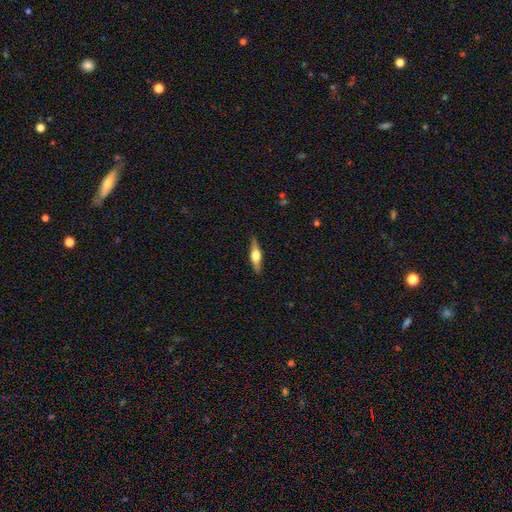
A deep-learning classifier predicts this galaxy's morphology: featured or disk 58%, smooth 37%, star or artifact 6%. Down the decision tree: edge-on disk — yes (94%); edge-on bulge — rounded (93%); merging — none (87%).